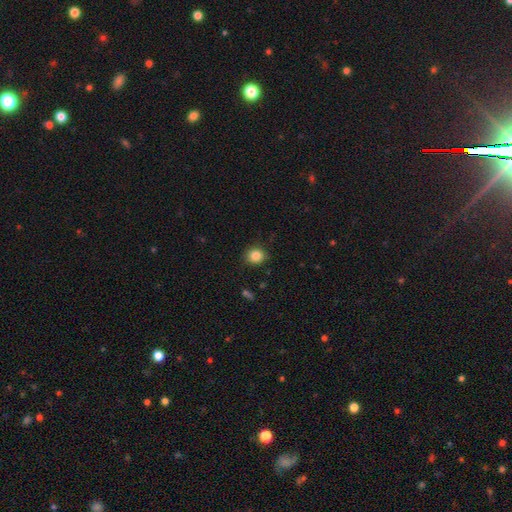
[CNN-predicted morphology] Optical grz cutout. It shows a smooth galaxy with no disk features (84%) that is round (81%). Merging: none (88%).